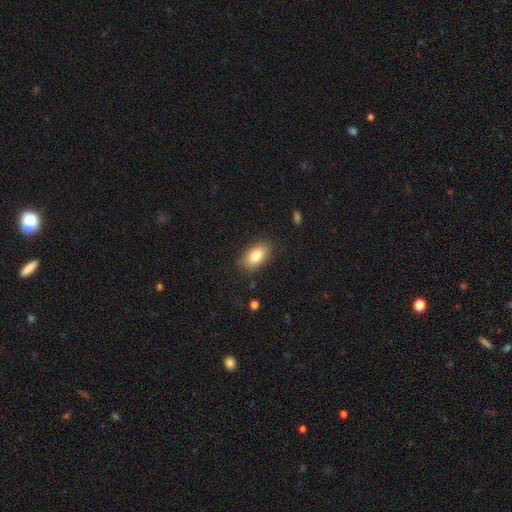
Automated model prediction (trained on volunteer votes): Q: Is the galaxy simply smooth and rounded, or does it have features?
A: smooth — 81%.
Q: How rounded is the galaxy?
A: in between — 90%.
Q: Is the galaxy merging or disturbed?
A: none — 83%.